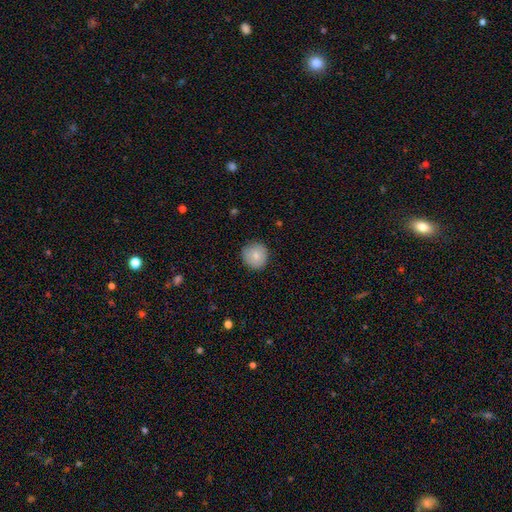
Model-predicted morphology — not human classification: Overall: smooth (82%). How rounded: round (92%). Merging: none (86%).